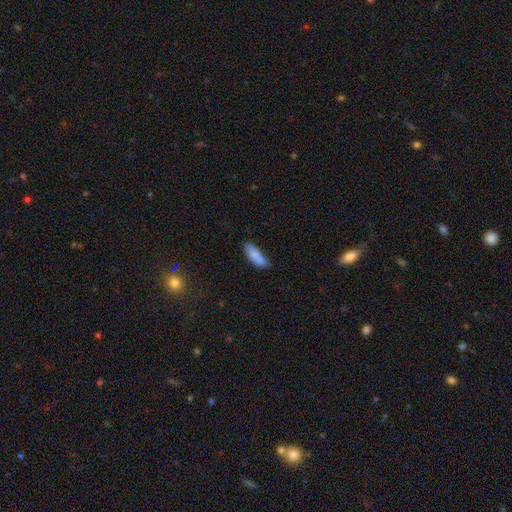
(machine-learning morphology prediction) Smooth or featured?
  - smooth: 84% *
  - featured or disk: 9%
  - star or artifact: 7%
How rounded?
  - in between: 58% *
  - cigar-shaped: 40%
  - round: 2%
Merging?
  - none: 60% *
  - minor disturbance: 27%
  - merger: 7%
  - major disturbance: 6%